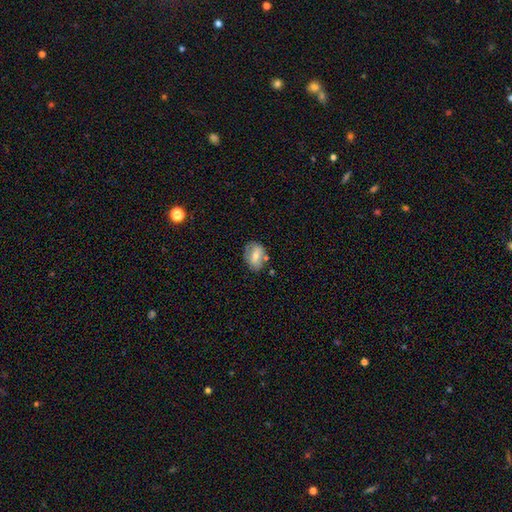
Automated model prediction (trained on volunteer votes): Smooth or featured? smooth (53%)
How rounded? in between (70%)
Merging? none (68%)